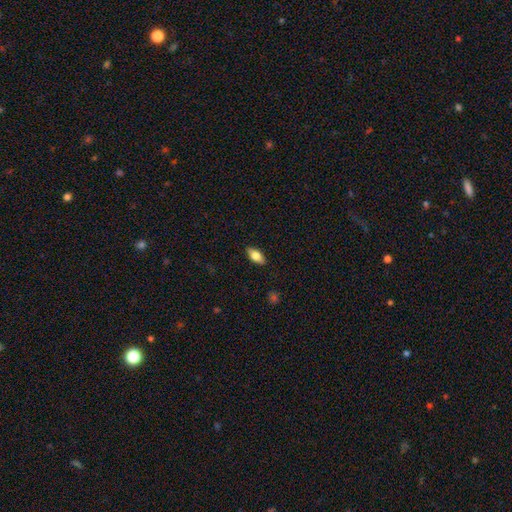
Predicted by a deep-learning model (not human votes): This is likely a smooth galaxy (69%). How rounded: clearly in between (85%). Merging: clearly none (88%).